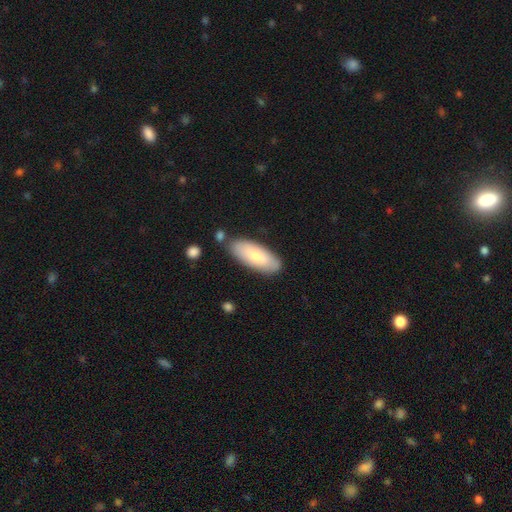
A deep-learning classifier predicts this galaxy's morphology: Smooth or featured? Predicted: smooth (p=0.74). How rounded? Predicted: in between (p=0.76). Merging? Predicted: none (p=0.80).